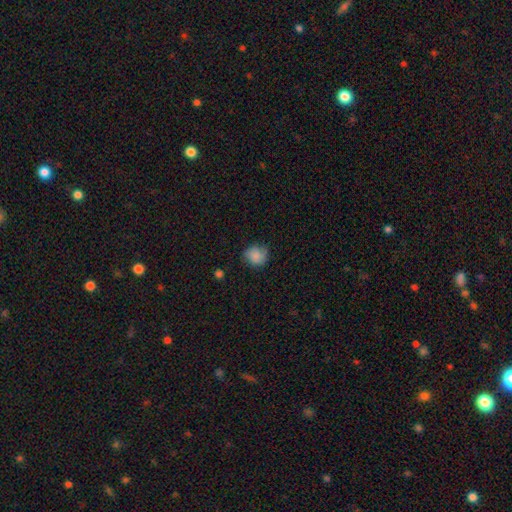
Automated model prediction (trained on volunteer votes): The model was most divided on "merging": none: 67%, minor disturbance: 25%, major disturbance: 7%, merger: 1%. More confident: how rounded — round (79%); smooth or featured — smooth (79%).